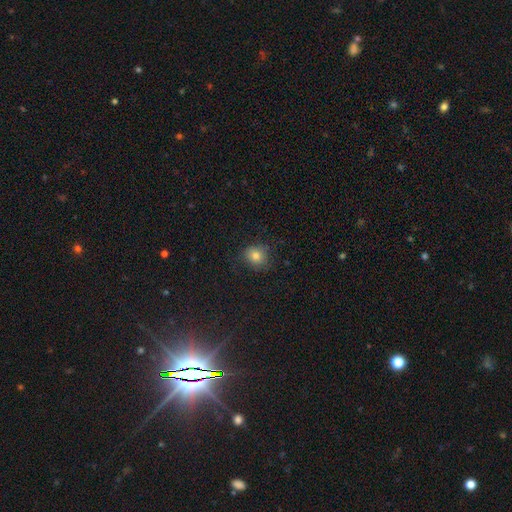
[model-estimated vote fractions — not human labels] This is likely a smooth galaxy (79%). How rounded: likely round (79%). Merging: likely none (78%).